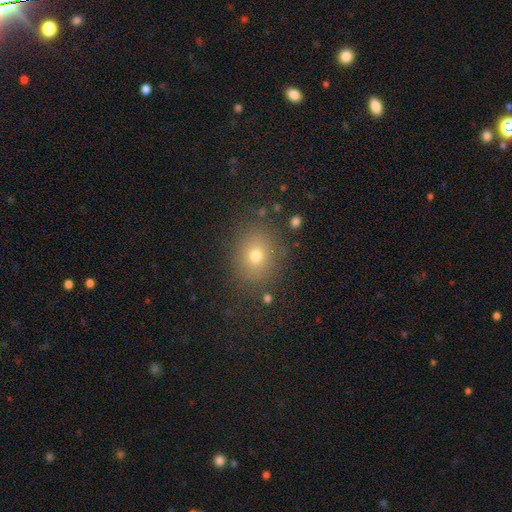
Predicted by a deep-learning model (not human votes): A smooth galaxy with no disk features (70%) that is round (59%). Merging: none (84%).